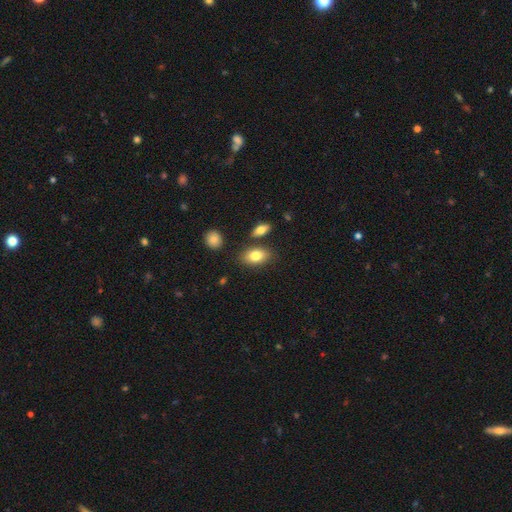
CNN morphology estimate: A smooth galaxy with no disk features (81%) that is in between round and cigar-shaped (88%). Merging: none (78%).